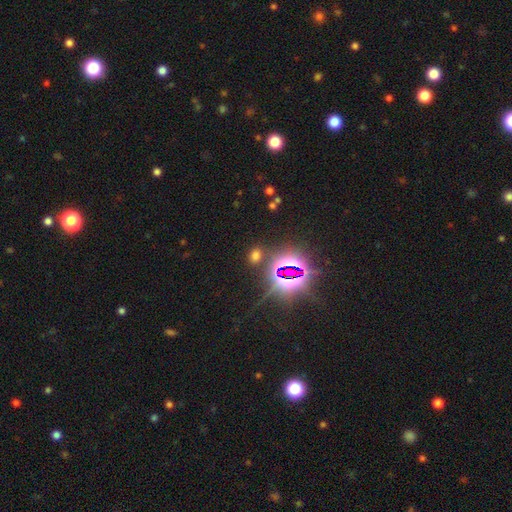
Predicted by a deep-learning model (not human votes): Smooth or featured? smooth (49%)
Merging? none (82%)